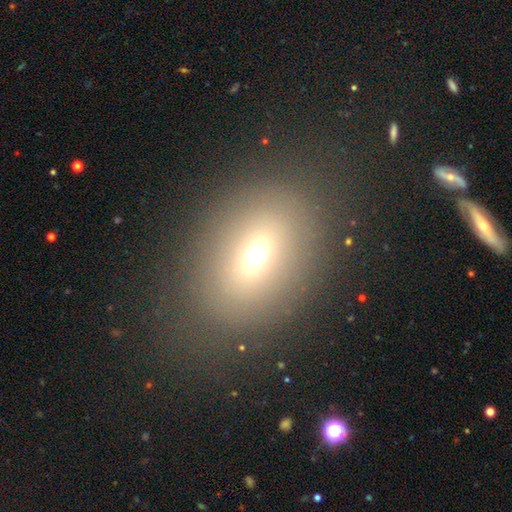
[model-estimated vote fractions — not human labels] Smooth or featured? Predicted: smooth (p=0.64). How rounded? Predicted: in between (p=0.72). Merging? Predicted: none (p=0.81).